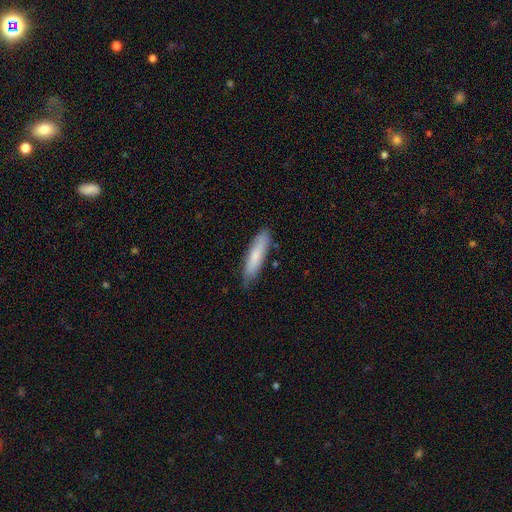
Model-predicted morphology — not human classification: Smooth or featured? smooth (75%)
How rounded? cigar-shaped (74%)
Merging? none (77%)